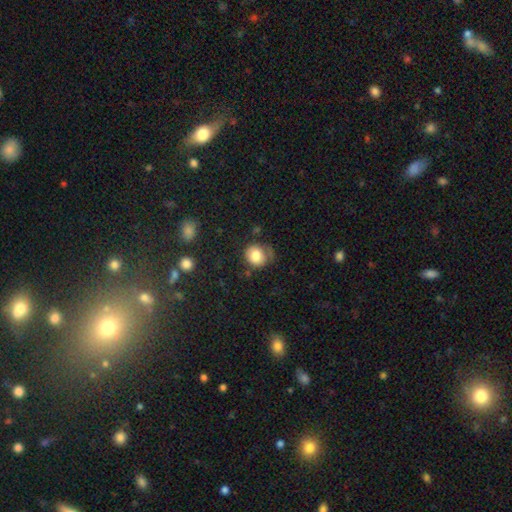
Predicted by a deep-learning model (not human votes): Smooth or featured? Predicted: smooth (p=0.81). How rounded? Predicted: round (p=0.74). Merging? Predicted: none (p=0.60).